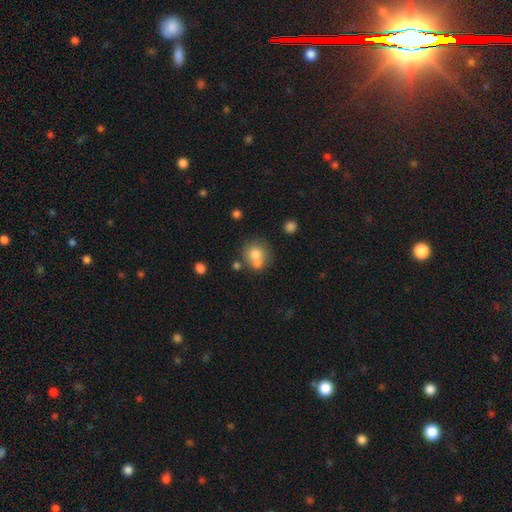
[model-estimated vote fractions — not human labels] This appears to be a smooth galaxy with no disk features (74%) that is round (79%). Merging: none (44%).